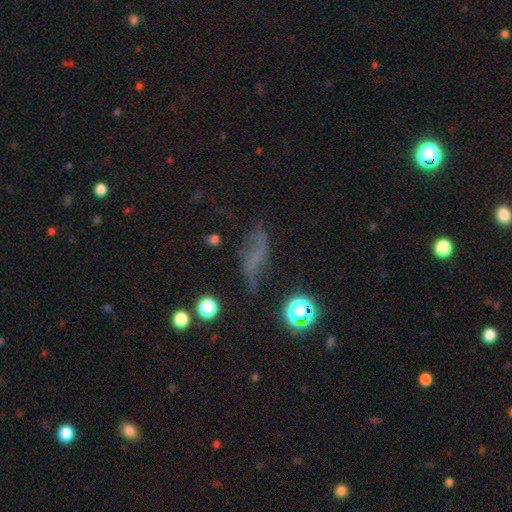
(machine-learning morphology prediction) This appears to be a featured or disk galaxy (41%). Merging: none (54%).